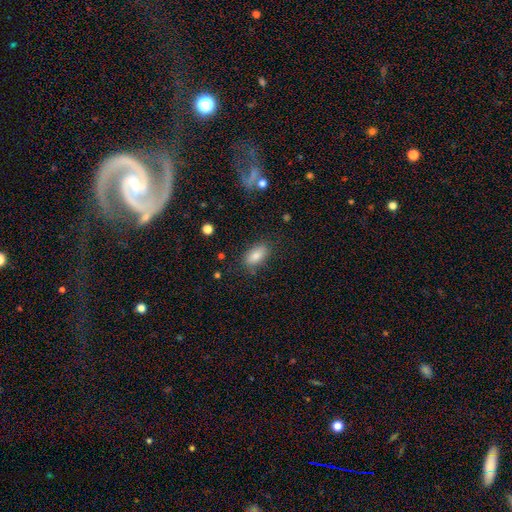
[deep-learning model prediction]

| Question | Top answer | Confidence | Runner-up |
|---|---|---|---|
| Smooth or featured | smooth | 79% | featured or disk (11%) |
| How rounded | in between | 89% | cigar-shaped (6%) |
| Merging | none | 81% | minor disturbance (13%) |